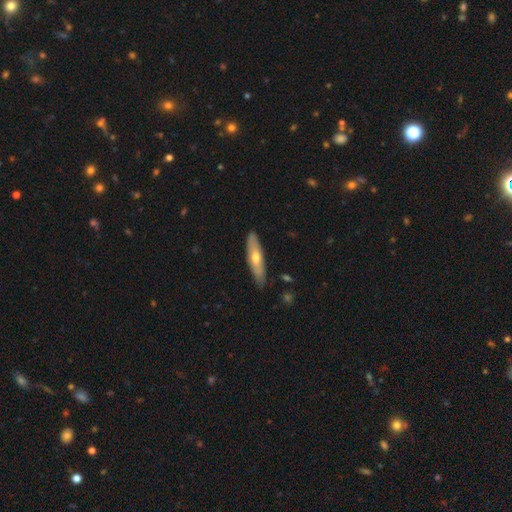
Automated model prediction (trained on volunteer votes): The model was most divided on "smooth or featured": smooth: 48%, featured or disk: 46%, star or artifact: 6%. More confident: merging — none (87%).